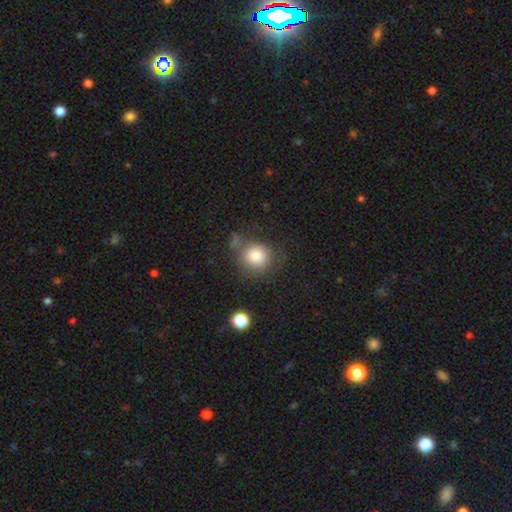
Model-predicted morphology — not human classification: Overall: smooth (81%). How rounded: round (85%). Merging: none (63%).